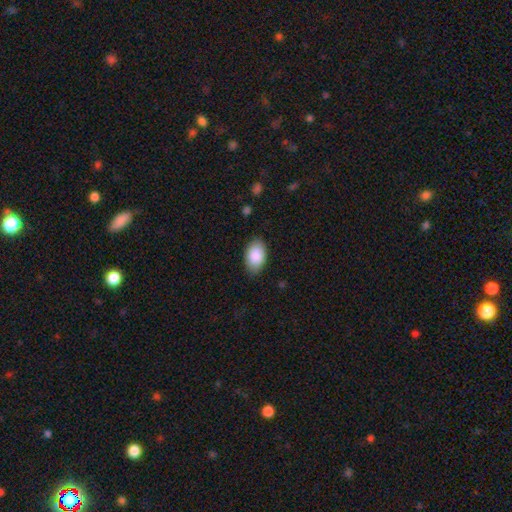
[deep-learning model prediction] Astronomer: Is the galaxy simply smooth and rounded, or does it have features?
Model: smooth — 89%.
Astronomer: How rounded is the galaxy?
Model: in between — 93%.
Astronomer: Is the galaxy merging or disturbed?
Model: none — 83%.